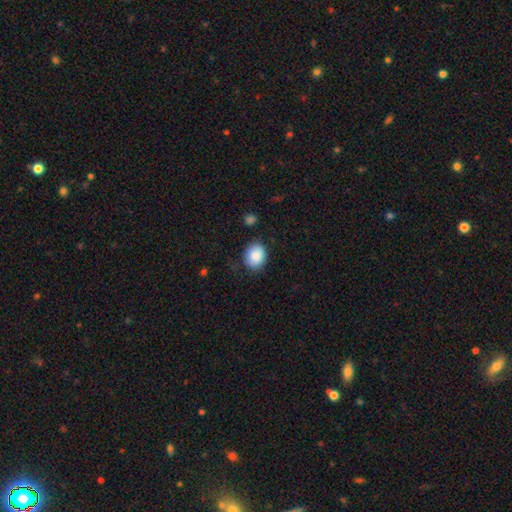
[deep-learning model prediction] Smooth or featured? smooth (87%)
How rounded? round (58%)
Merging? none (81%)